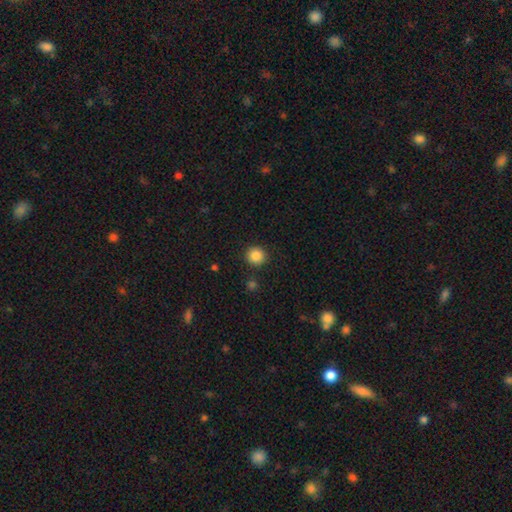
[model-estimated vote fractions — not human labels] smooth 87%, star or artifact 10%, featured or disk 4%. Down the decision tree: how rounded — round (92%); merging — none (89%).